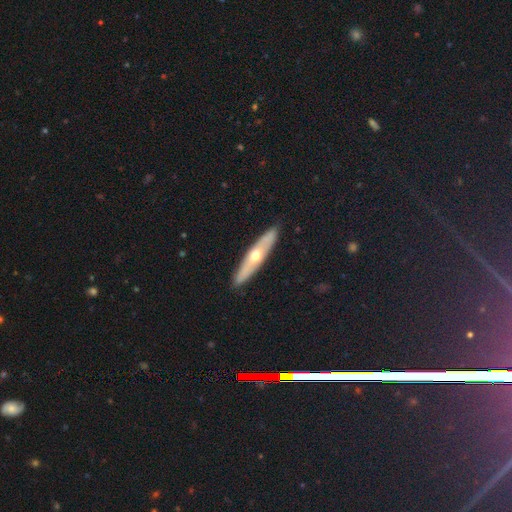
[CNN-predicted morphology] Smooth or featured?
  - featured or disk: 53% *
  - smooth: 42%
  - star or artifact: 5%
Edge-on disk?
  - yes: 74% *
  - no: 26%
Merging?
  - none: 89% *
  - minor disturbance: 8%
  - major disturbance: 2%
  - merger: 1%